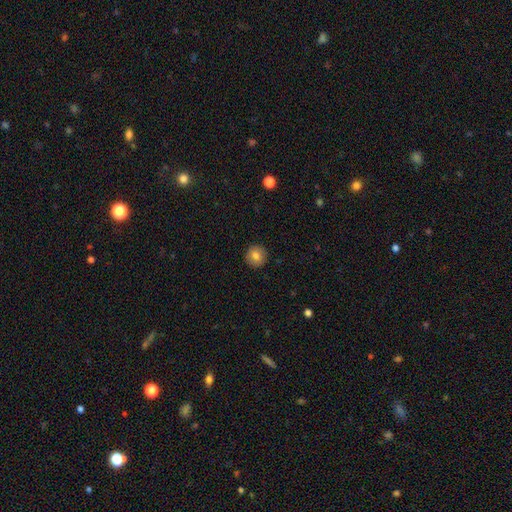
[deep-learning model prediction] A smooth galaxy with no disk features (80%) that is round (95%).

Vote fractions:
- Smooth or featured? smooth: 80% / featured or disk: 11% / star or artifact: 9%
- How rounded? round: 95% / in between: 5% / cigar-shaped: 1%
- Merging? none: 92% / minor disturbance: 5% / major disturbance: 2% / merger: 1%